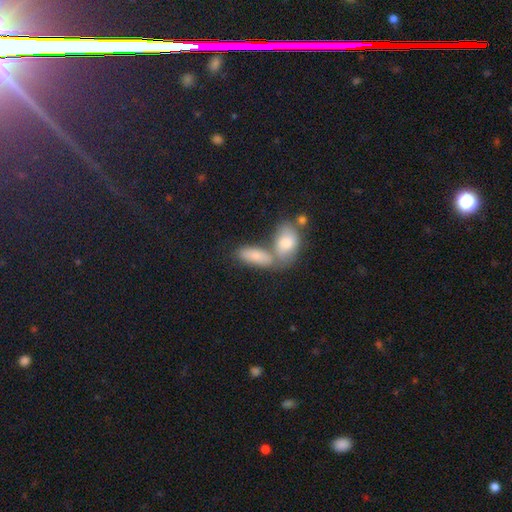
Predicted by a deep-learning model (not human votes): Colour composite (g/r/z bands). It shows a smooth galaxy with no disk features (81%) that is in between round and cigar-shaped (80%). Merging: merger (42%, tied with none).